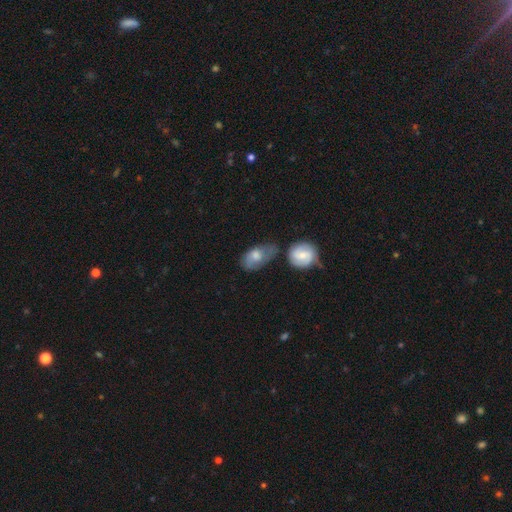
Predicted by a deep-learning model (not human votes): smooth 62%, featured or disk 32%, star or artifact 7%. Down the decision tree: how rounded — in between (87%); merging — none (42%).